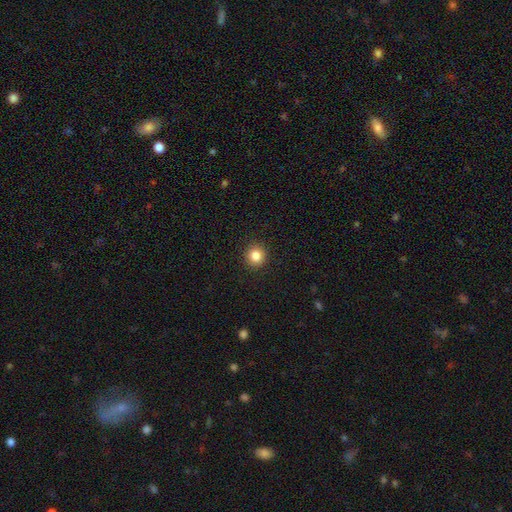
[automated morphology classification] Smooth or featured: smooth — 84% (star or artifact — 11%)
How rounded: round — 93% (in between — 6%)
Merging: none — 93% (minor disturbance — 5%)